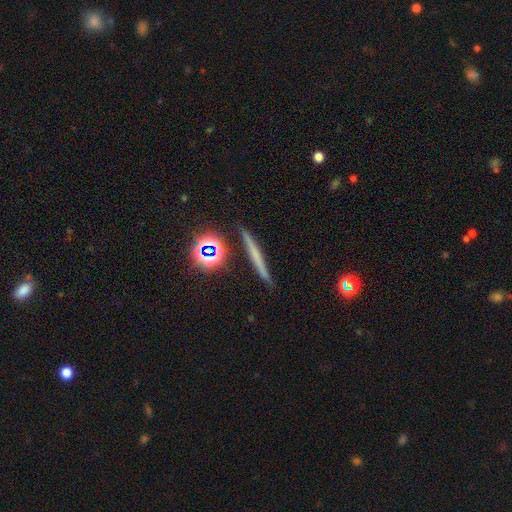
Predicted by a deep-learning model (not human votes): This is possibly a smooth galaxy (46%). Merging: clearly none (89%).